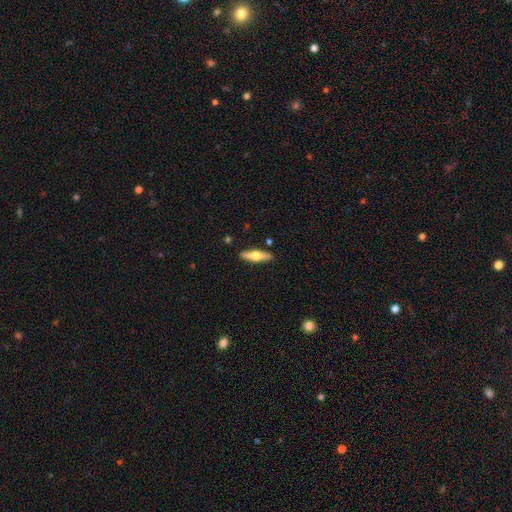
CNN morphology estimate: Smooth or featured? featured or disk (56%)
Edge-on disk? yes (94%)
Edge-on bulge? rounded (95%)
Merging? none (89%)